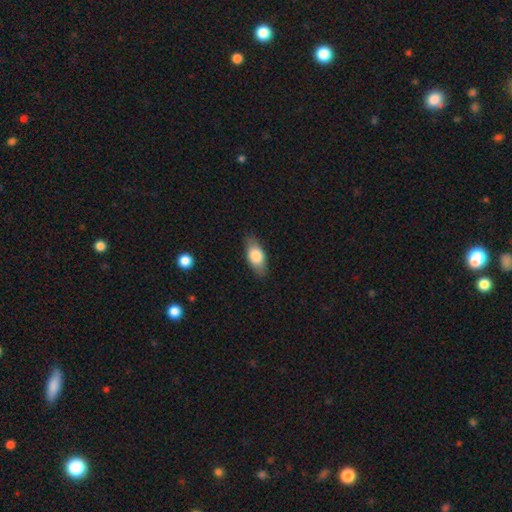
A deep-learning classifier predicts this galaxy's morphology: smooth 76%, featured or disk 18%, star or artifact 6%. Down the decision tree: how rounded — in between (85%); merging — none (83%).